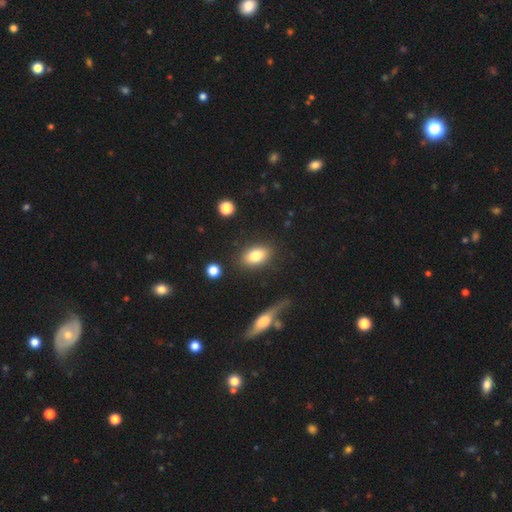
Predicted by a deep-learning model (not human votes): This is clearly a smooth galaxy (80%). How rounded: clearly in between (85%). Merging: clearly none (84%).